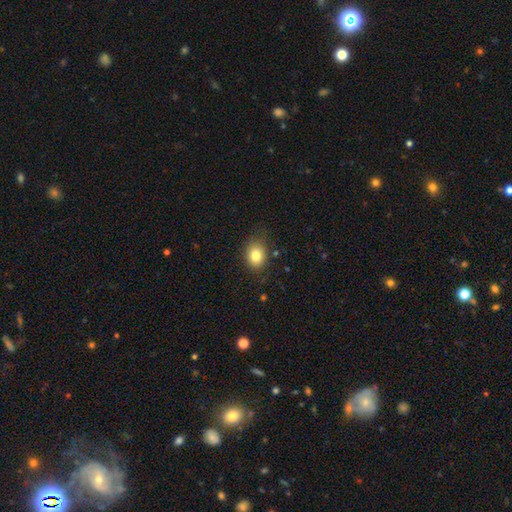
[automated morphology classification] Q: Smooth or featured?
A: smooth (82%); runner-up: star or artifact (10%)
Q: How rounded?
A: in between (55%); runner-up: round (44%)
Q: Merging?
A: none (78%); runner-up: minor disturbance (16%)